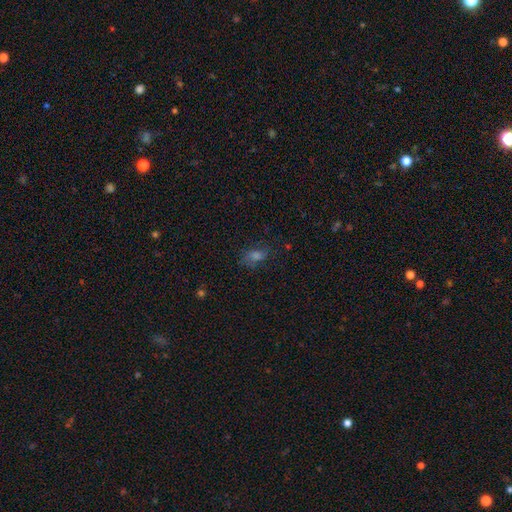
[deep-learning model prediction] Smooth or featured? Predicted: smooth (p=0.54). How rounded? Predicted: in between (p=0.76). Merging? Predicted: none (p=0.70).